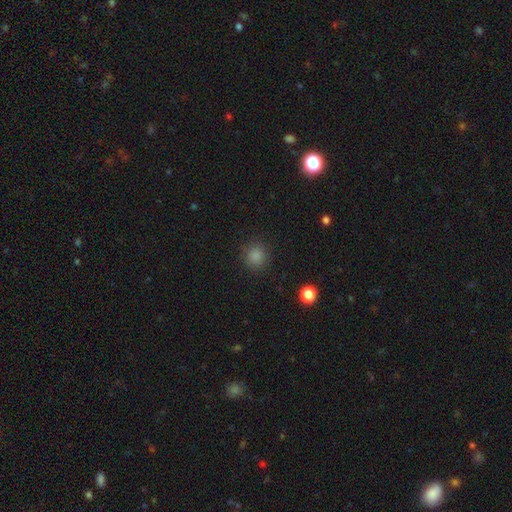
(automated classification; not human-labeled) Smooth or featured: smooth — 84% (star or artifact — 13%)
How rounded: round — 90% (in between — 9%)
Merging: none — 88% (minor disturbance — 8%)